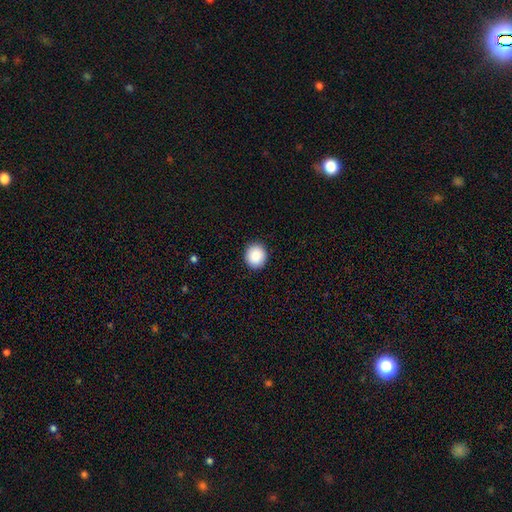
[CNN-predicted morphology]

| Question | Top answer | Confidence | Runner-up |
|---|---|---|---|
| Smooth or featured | smooth | 89% | star or artifact (7%) |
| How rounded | round | 84% | in between (15%) |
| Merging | none | 92% | minor disturbance (6%) |